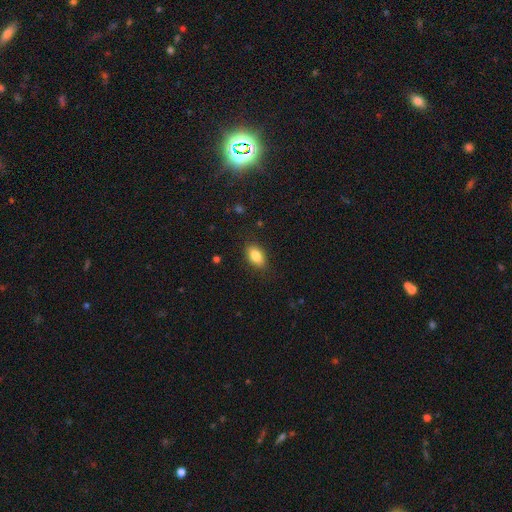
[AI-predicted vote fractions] Smooth or featured? smooth (83%)
How rounded? in between (90%)
Merging? none (85%)